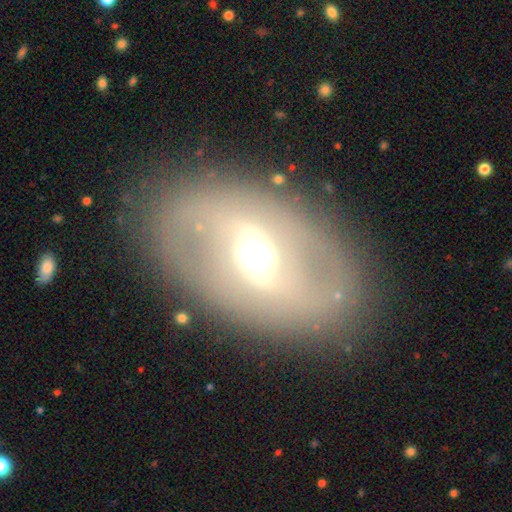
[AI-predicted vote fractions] This appears to be a featured or disk galaxy (63%) with no bar (36%), no spiral arms (80%) and a moderate central bulge (60%). Merging: none (78%).